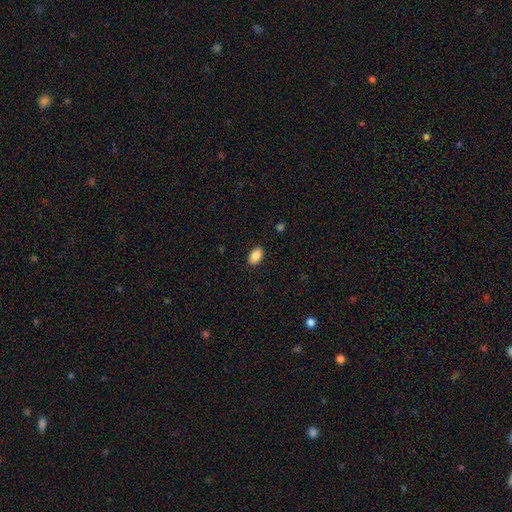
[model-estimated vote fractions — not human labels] A smooth galaxy with no disk features (88%) that is in between round and cigar-shaped (92%).

Vote fractions:
- Smooth or featured? smooth: 88% / star or artifact: 7% / featured or disk: 4%
- How rounded? in between: 92% / round: 7% / cigar-shaped: 1%
- Merging? none: 89% / minor disturbance: 8% / major disturbance: 2% / merger: 1%